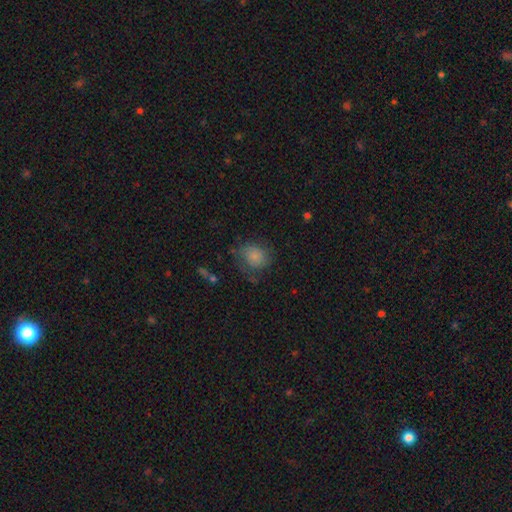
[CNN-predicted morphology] Smooth or featured? Predicted: smooth (p=0.71). How rounded? Predicted: round (p=0.68). Merging? Predicted: none (p=0.58).